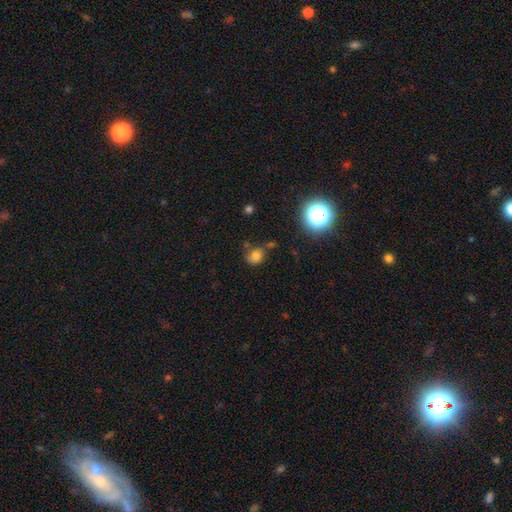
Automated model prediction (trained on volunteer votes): smooth 72%, star or artifact 18%, featured or disk 10%. Down the decision tree: how rounded — round (65%); merging — none (55%).